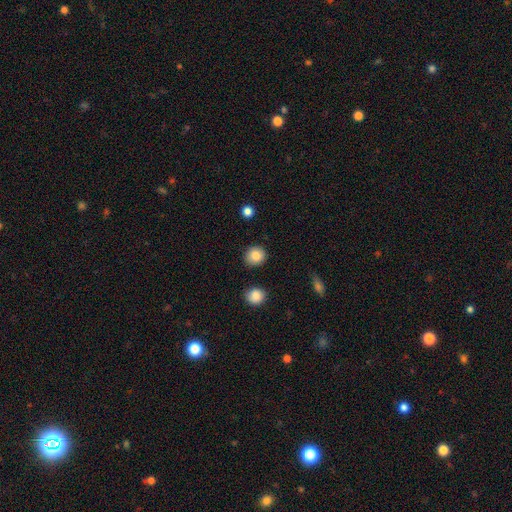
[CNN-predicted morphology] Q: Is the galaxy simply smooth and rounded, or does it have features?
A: smooth — 85%.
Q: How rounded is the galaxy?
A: round — 88%.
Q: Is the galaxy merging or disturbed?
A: none — 89%.